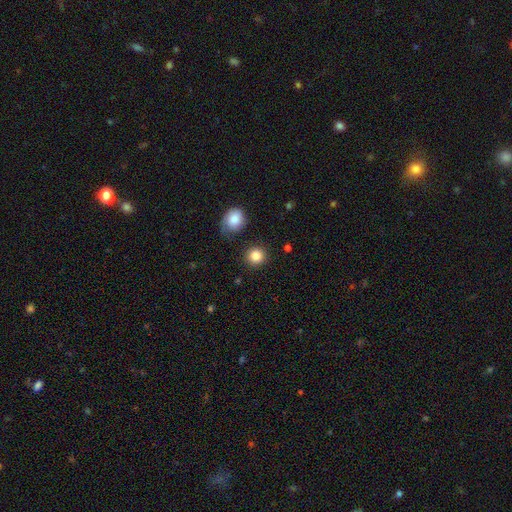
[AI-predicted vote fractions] smooth 85%, star or artifact 10%, featured or disk 5%. Down the decision tree: how rounded — round (92%); merging — none (88%).